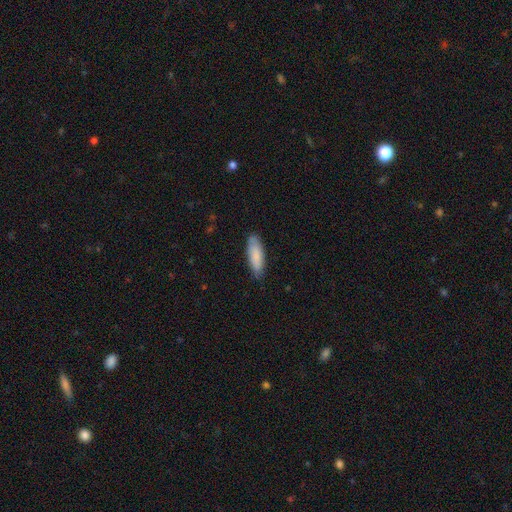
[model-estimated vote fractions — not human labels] Smooth or featured? smooth (85%)
How rounded? in between (52%)
Merging? none (79%)